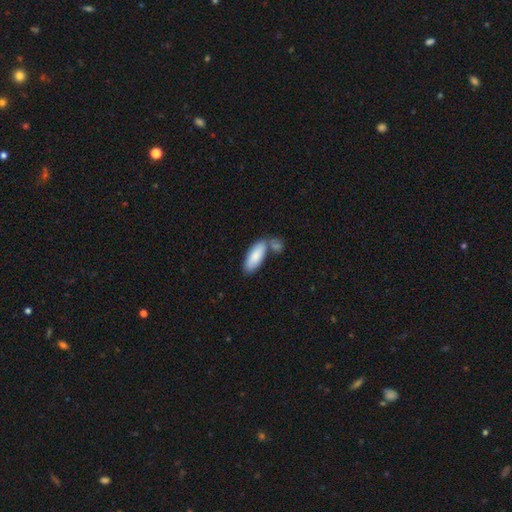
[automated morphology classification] Q: Smooth or featured?
A: smooth (84%); runner-up: featured or disk (11%)
Q: How rounded?
A: in between (75%); runner-up: cigar-shaped (23%)
Q: Merging?
A: none (55%); runner-up: merger (26%)